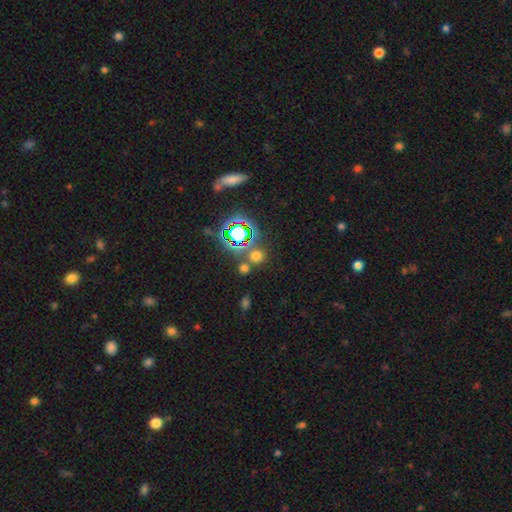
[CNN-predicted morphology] smooth 57%, star or artifact 36%, featured or disk 7%. Down the decision tree: how rounded — round (84%); merging — none (72%).